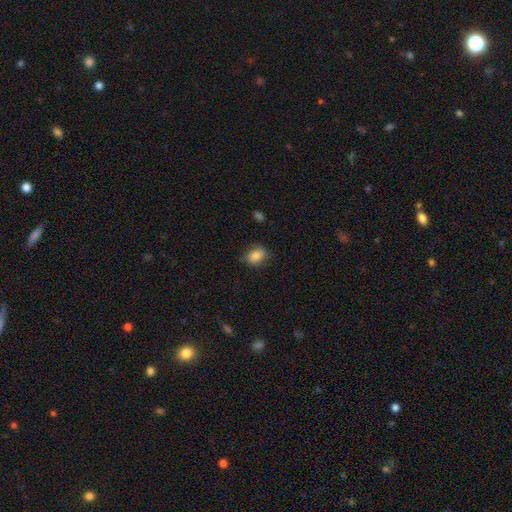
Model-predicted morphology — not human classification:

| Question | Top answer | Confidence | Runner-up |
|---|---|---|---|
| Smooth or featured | smooth | 84% | star or artifact (8%) |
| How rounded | in between | 74% | round (25%) |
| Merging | none | 75% | minor disturbance (19%) |